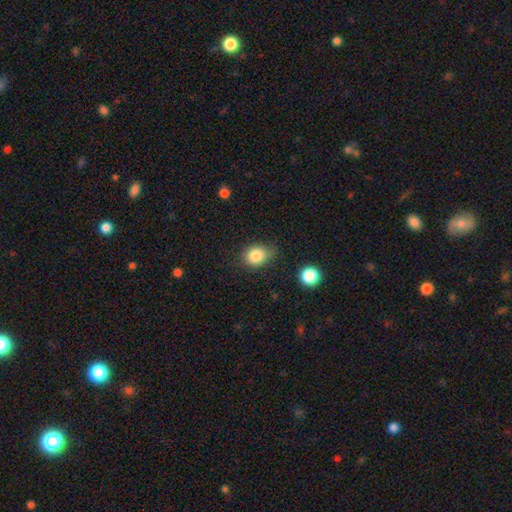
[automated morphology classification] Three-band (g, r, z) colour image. It shows a smooth galaxy with no disk features (83%) that is round (55%). Merging: none (61%).